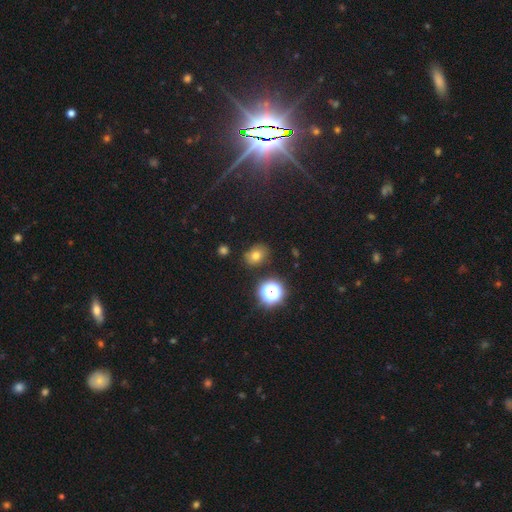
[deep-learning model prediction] This is likely a smooth galaxy (72%). How rounded: possibly in between (54%). Merging: clearly none (81%).